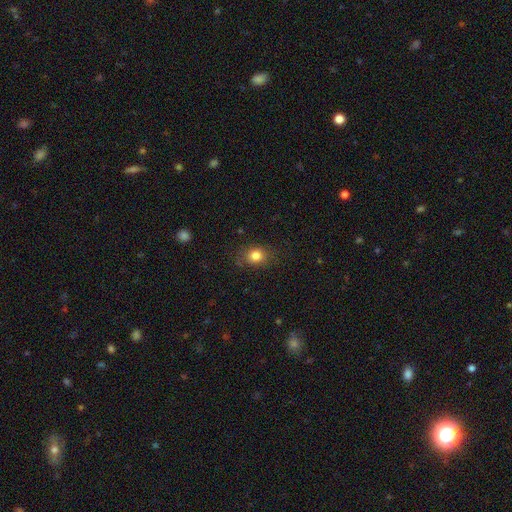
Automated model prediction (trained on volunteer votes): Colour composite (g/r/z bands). It shows a smooth galaxy with no disk features (82%) that is round (59%). Merging: none (81%).